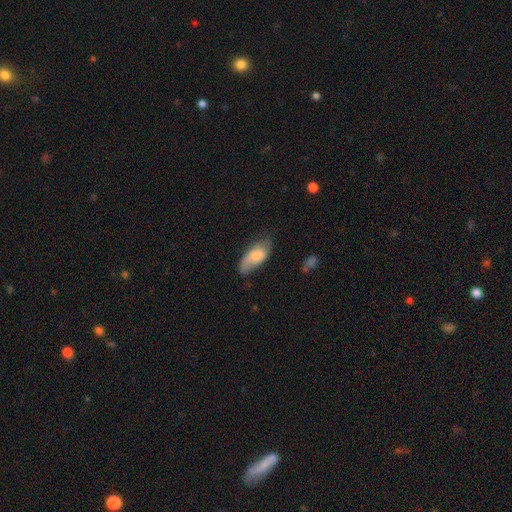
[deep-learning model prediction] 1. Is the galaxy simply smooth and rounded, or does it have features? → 64% smooth, 29% featured or disk, 7% star or artifact.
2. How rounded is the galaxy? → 88% in between, 10% cigar-shaped, 3% round.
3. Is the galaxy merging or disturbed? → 52% none, 33% minor disturbance, 13% major disturbance, 2% merger.